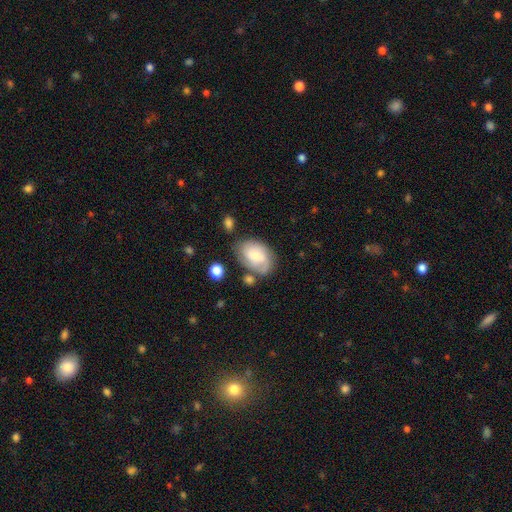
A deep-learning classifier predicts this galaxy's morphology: Overall: smooth (52%; featured or disk 40%). How rounded: in between (83%). Merging: none (60%; minor disturbance 23%).